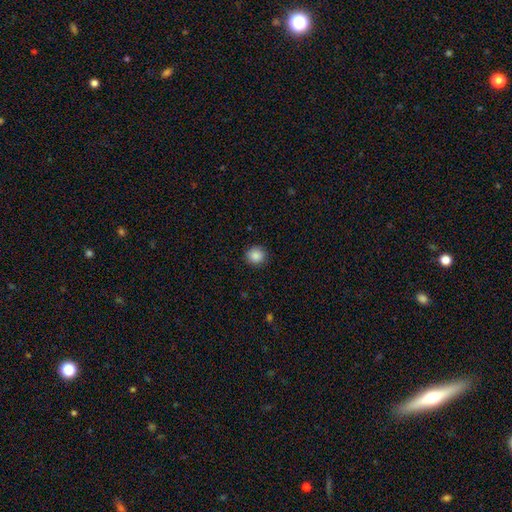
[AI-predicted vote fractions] Q: Smooth or featured?
A: smooth (87%); runner-up: star or artifact (9%)
Q: How rounded?
A: round (92%); runner-up: in between (7%)
Q: Merging?
A: none (90%); runner-up: minor disturbance (7%)